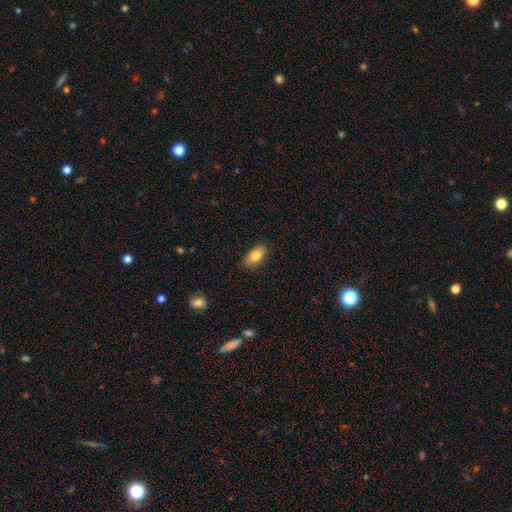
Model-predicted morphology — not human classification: Smooth or featured: smooth — 83% (featured or disk — 9%)
How rounded: in between — 91% (cigar-shaped — 5%)
Merging: none — 86% (minor disturbance — 10%)